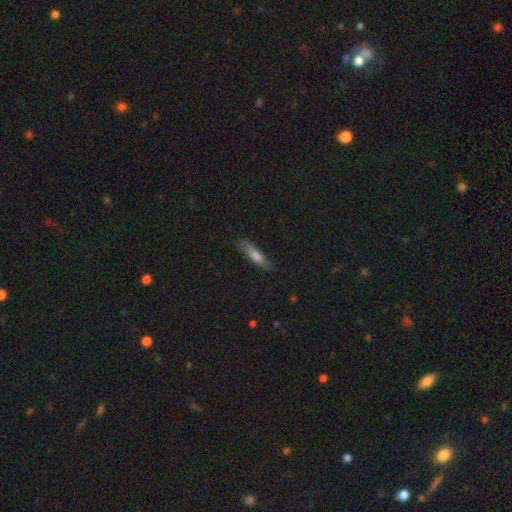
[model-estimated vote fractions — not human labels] A smooth galaxy with no disk features (64%) that is cigar-shaped (79%).

Vote fractions:
- Smooth or featured? smooth: 64% / featured or disk: 29% / star or artifact: 7%
- How rounded? cigar-shaped: 79% / in between: 19% / round: 2%
- Merging? none: 80% / minor disturbance: 16% / major disturbance: 3% / merger: 1%